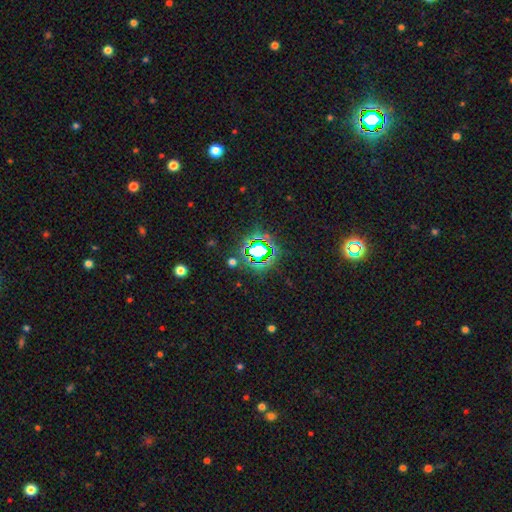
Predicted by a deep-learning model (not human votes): A star or artifact, not a galaxy (72%).